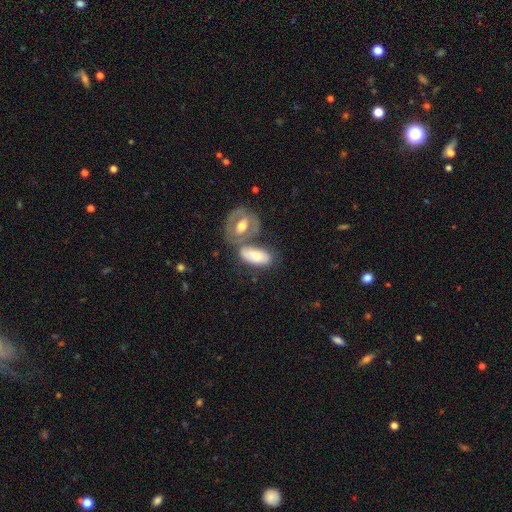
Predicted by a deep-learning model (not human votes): A smooth galaxy with no disk features (60%) that is in between round and cigar-shaped (86%).

Vote fractions:
- Smooth or featured? smooth: 60% / featured or disk: 33% / star or artifact: 6%
- How rounded? in between: 86% / cigar-shaped: 9% / round: 5%
- Merging? merger: 43% / none: 37% / minor disturbance: 14% / major disturbance: 6%